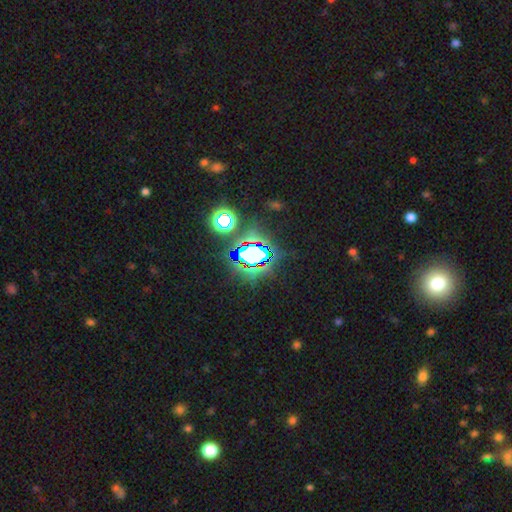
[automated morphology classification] type=star or artifact (78%).